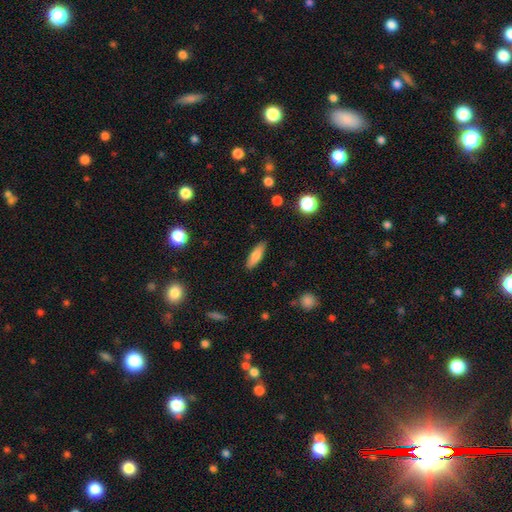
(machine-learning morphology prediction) A smooth galaxy with no disk features (79%) that is in between round and cigar-shaped (50%).

Vote fractions:
- Smooth or featured? smooth: 79% / featured or disk: 14% / star or artifact: 7%
- How rounded? in between: 50% / cigar-shaped: 47% / round: 2%
- Merging? none: 88% / minor disturbance: 9% / major disturbance: 2% / merger: 1%